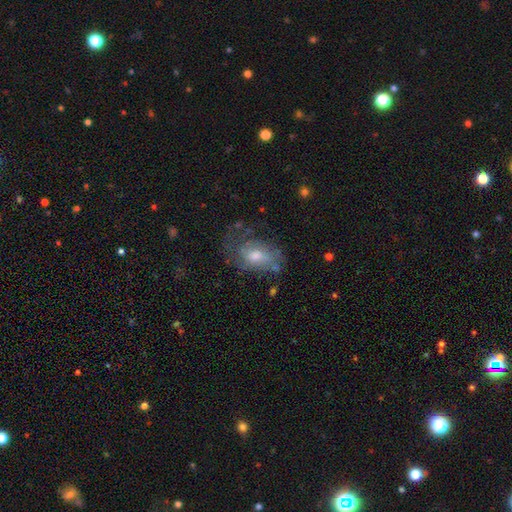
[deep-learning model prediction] Smooth or featured? featured or disk (52%)
Edge-on disk? no (94%)
Merging? none (47%)